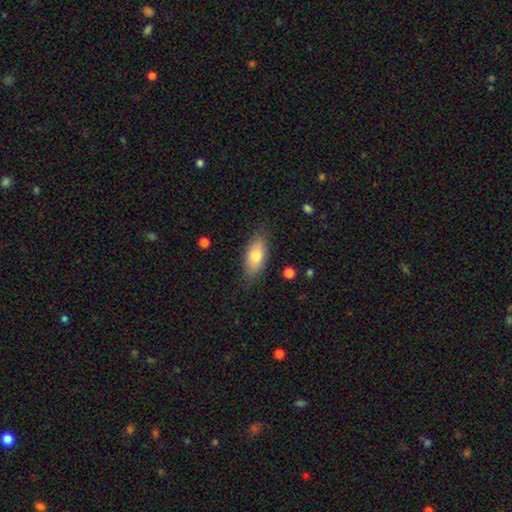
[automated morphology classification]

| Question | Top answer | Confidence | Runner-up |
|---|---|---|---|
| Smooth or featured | smooth | 77% | featured or disk (17%) |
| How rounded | in between | 84% | cigar-shaped (13%) |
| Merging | none | 80% | minor disturbance (15%) |